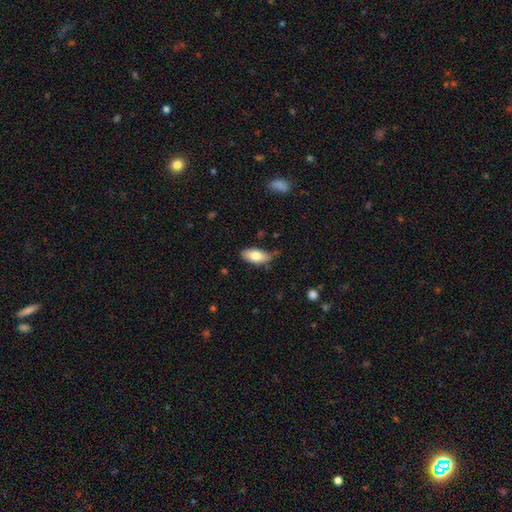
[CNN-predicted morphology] Smooth or featured?
  - smooth: 79% *
  - featured or disk: 14%
  - star or artifact: 7%
How rounded?
  - in between: 89% *
  - cigar-shaped: 8%
  - round: 3%
Merging?
  - none: 74% *
  - minor disturbance: 20%
  - major disturbance: 3%
  - merger: 2%